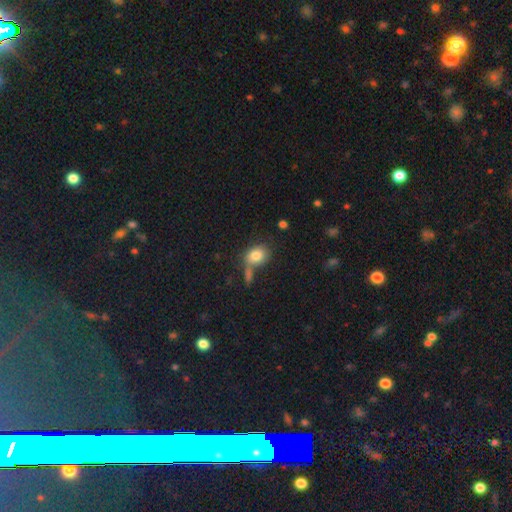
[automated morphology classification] Q: Smooth or featured?
A: smooth (81%); runner-up: featured or disk (10%)
Q: How rounded?
A: in between (56%); runner-up: round (42%)
Q: Merging?
A: none (51%); runner-up: merger (24%)